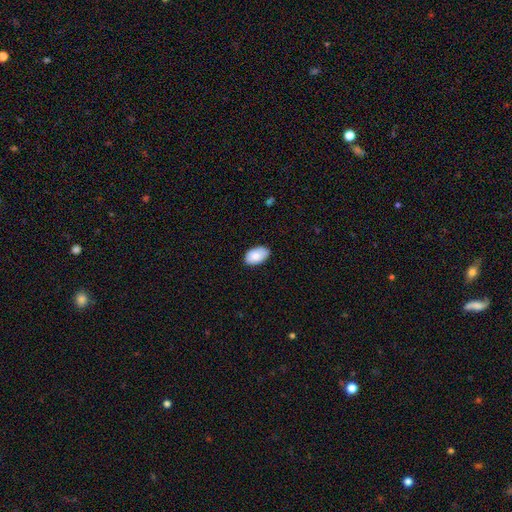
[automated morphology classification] A smooth galaxy with no disk features (86%) that is in between round and cigar-shaped (94%). Merging: none (83%).